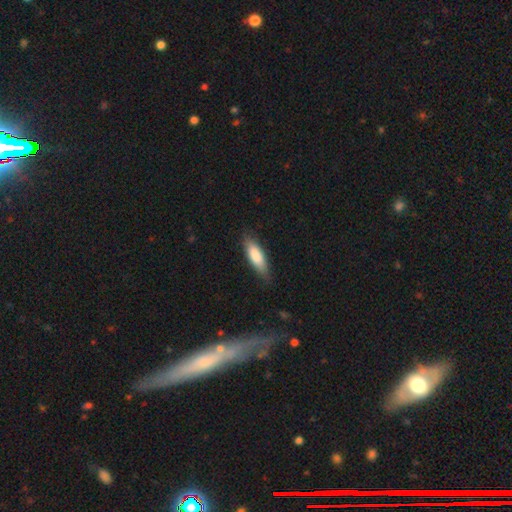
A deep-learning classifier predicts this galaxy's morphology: Overall: smooth (81%). How rounded: in between (53%; cigar-shaped 45%). Merging: none (82%).